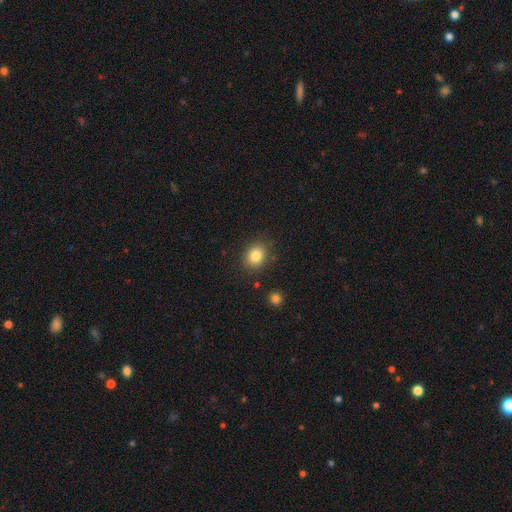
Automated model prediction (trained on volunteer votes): Smooth or featured? Predicted: smooth (p=0.83). How rounded? Predicted: round (p=0.55). Merging? Predicted: none (p=0.83).